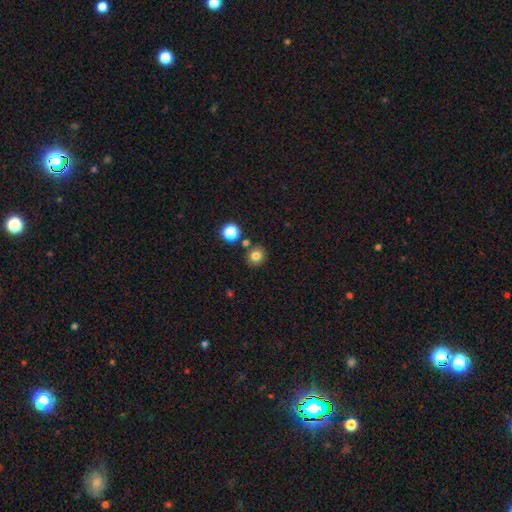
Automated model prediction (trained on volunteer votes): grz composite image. It shows a smooth galaxy with no disk features (80%) that is round (82%). Merging: none (82%).